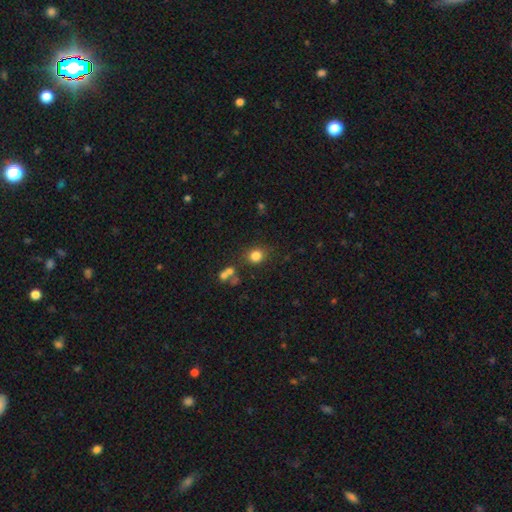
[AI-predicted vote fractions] A smooth galaxy with no disk features (81%) that is round (70%). Merging: none (77%).